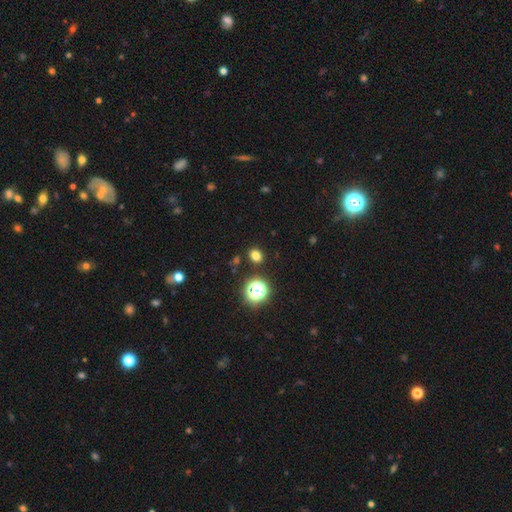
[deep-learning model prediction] smooth_or_featured: smooth (p=0.76) [alt: star or artifact p=0.19]
how_rounded: round (p=0.57) [alt: in between p=0.42]
merging: none (p=0.87) [alt: minor disturbance p=0.07]